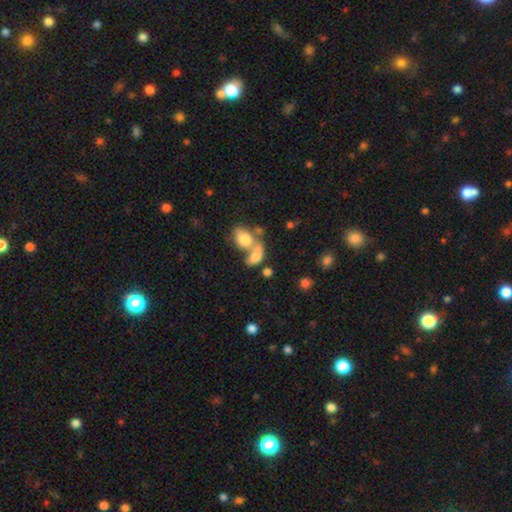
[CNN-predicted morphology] The model was most divided on "merging": merger: 62%, none: 22%, minor disturbance: 9%, major disturbance: 7%. More confident: how rounded — in between (77%); smooth or featured — smooth (72%).